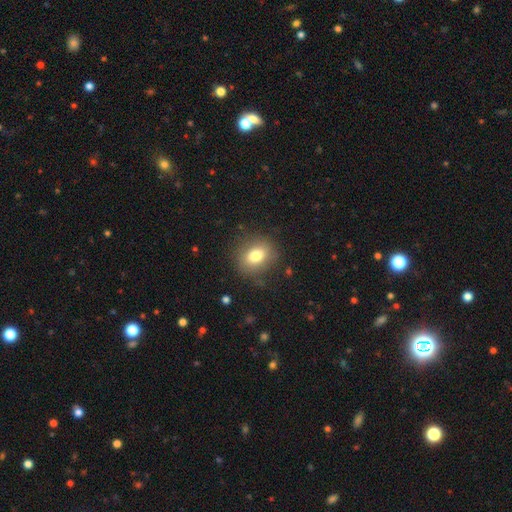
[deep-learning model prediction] A smooth galaxy with no disk features (78%) that is round (54%).

Vote fractions:
- Smooth or featured? smooth: 78% / featured or disk: 12% / star or artifact: 10%
- How rounded? round: 54% / in between: 44% / cigar-shaped: 1%
- Merging? none: 82% / minor disturbance: 12% / major disturbance: 4% / merger: 1%